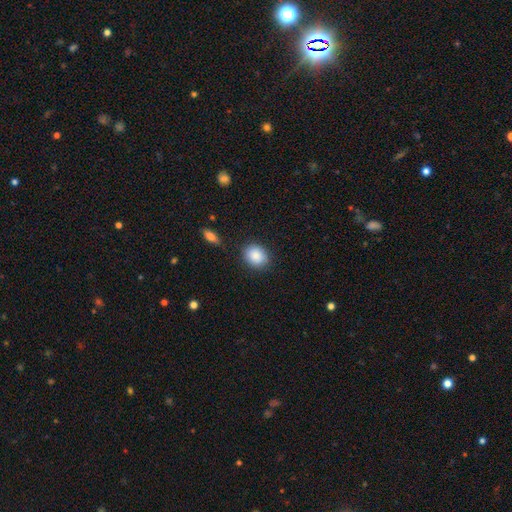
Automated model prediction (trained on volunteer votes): This appears to be a smooth galaxy with no disk features (86%) that is round (61%). Merging: none (84%).